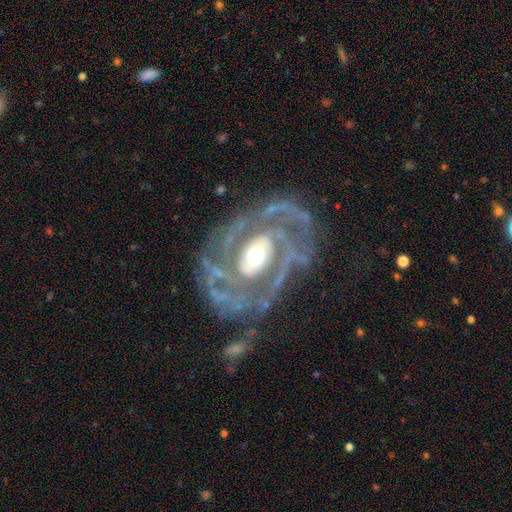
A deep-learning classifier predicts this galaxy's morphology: Smooth or featured: featured or disk — 89% (smooth — 6%)
Edge-on disk: no — 97% (yes — 3%)
Bar: no — 49% (weak — 27%)
Spiral arms: yes — 92% (no — 8%)
Spiral winding: tight — 42% (medium — 41%)
Spiral arm count: 2 — 45% (can't tell — 17%)
Bulge size: moderate — 59% (large — 26%)
Merging: none — 63% (major disturbance — 18%)